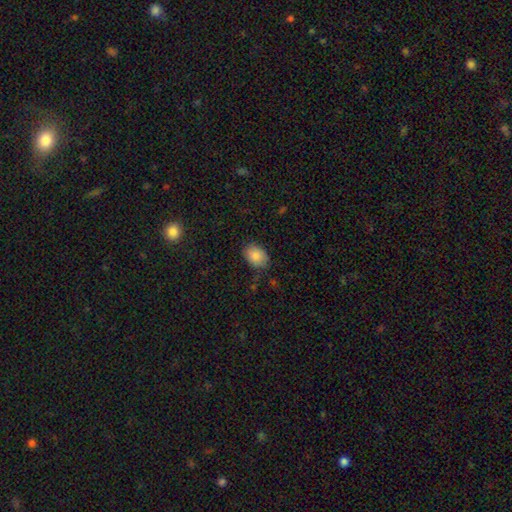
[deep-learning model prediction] Smooth or featured? smooth (86%)
How rounded? in between (73%)
Merging? none (77%)